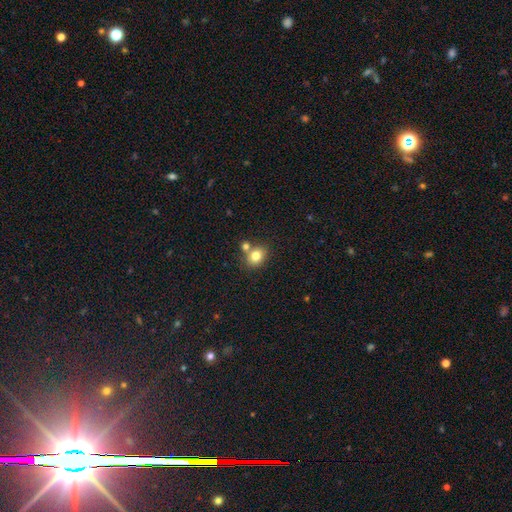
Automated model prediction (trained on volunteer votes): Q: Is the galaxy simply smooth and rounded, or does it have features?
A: smooth — 79%.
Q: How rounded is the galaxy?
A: round — 61%.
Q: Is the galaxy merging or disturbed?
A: none — 62%.